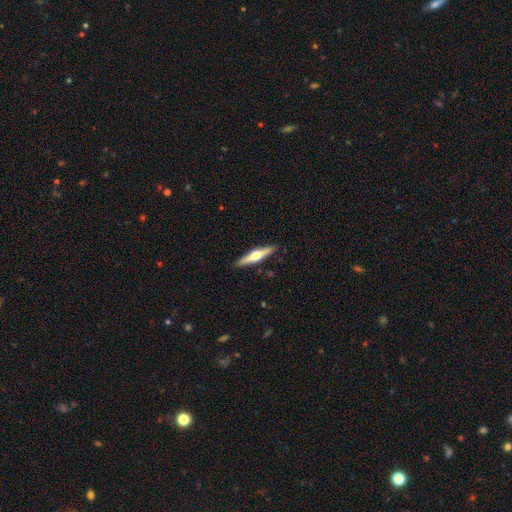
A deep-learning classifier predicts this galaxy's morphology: smooth-or-featured: featured or disk: 63% | smooth: 32% | star or artifact: 5%
  disk-edge-on: yes: 96% | no: 4%
    edge-on-bulge: rounded: 93% | boxy: 4% | none: 3%
  merging: none: 90% | minor disturbance: 8% | major disturbance: 2% | merger: 1%